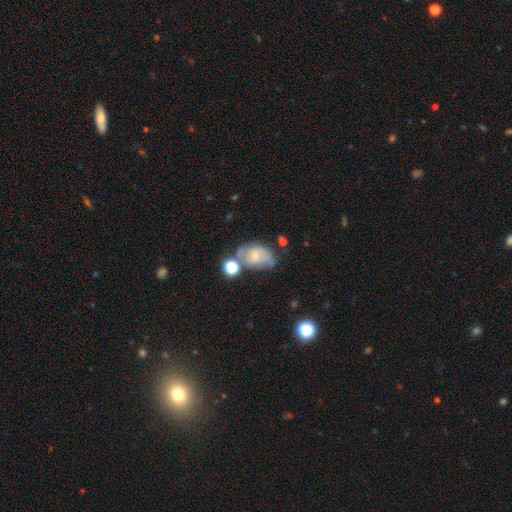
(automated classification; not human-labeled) Q: Smooth or featured?
A: smooth (52%); runner-up: featured or disk (37%)
Q: How rounded?
A: in between (78%); runner-up: round (21%)
Q: Merging?
A: none (36%); runner-up: minor disturbance (29%)